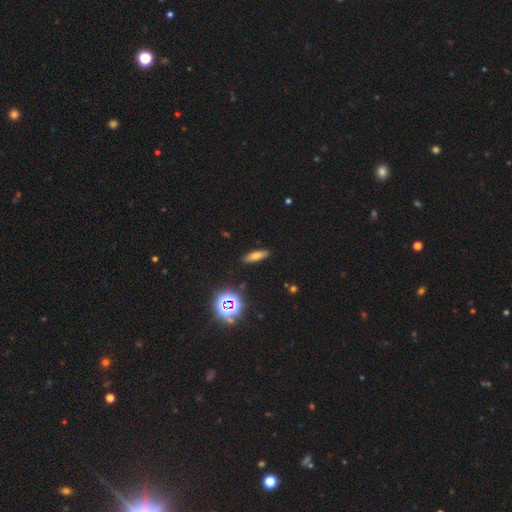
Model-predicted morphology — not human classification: The model was most divided on "how rounded": cigar-shaped: 49%, in between: 45%, round: 5%. More confident: merging — none (89%); smooth or featured — smooth (63%).